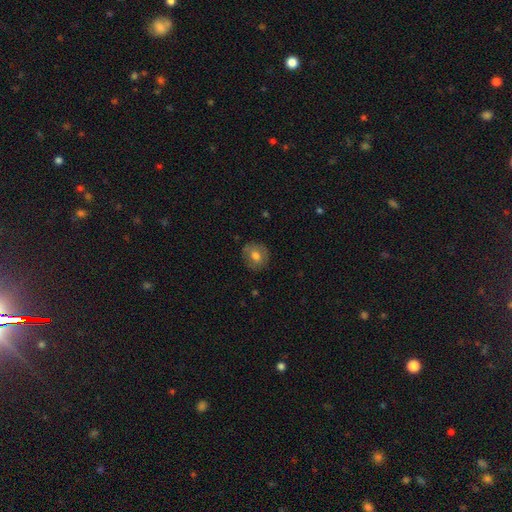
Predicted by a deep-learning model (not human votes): The model was most divided on "smooth or featured": smooth: 68%, featured or disk: 23%, star or artifact: 9%. More confident: merging — none (79%); how rounded — round (78%).